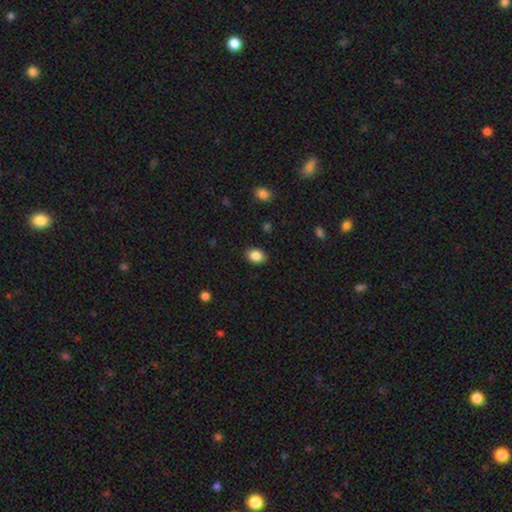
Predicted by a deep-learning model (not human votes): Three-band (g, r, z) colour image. It shows a smooth galaxy with no disk features (87%) that is in between round and cigar-shaped (64%). Merging: none (87%).